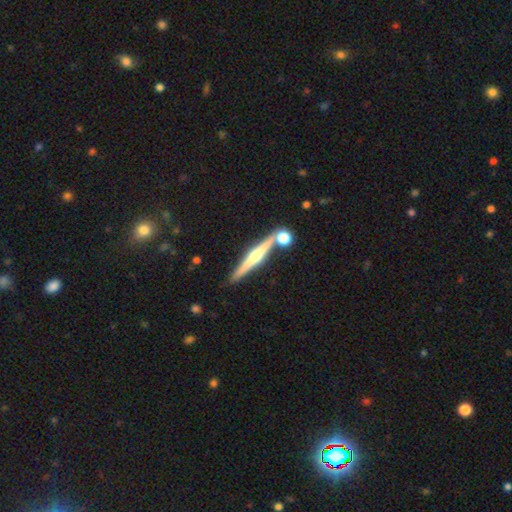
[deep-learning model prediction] featured or disk 74%, smooth 20%, star or artifact 6%. Down the decision tree: edge-on disk — yes (98%); edge-on bulge — rounded (87%); merging — none (78%).